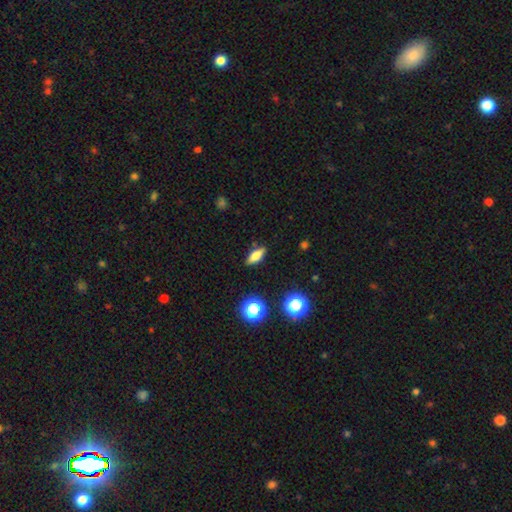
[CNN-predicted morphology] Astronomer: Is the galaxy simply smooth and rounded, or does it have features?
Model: smooth — 59%.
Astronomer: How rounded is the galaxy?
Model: in between — 63%.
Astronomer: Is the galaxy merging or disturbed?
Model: none — 88%.